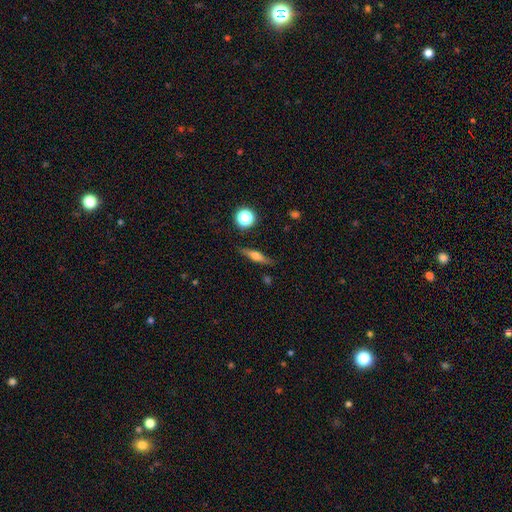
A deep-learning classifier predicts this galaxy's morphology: Smooth or featured? Predicted: featured or disk (p=0.48). Merging? Predicted: none (p=0.84).